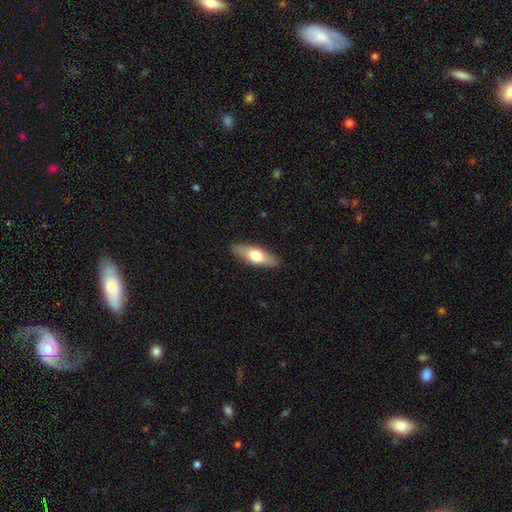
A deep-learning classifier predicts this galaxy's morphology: The model was most divided on "how rounded": in between: 61%, cigar-shaped: 36%, round: 3%. More confident: merging — none (89%); smooth or featured — smooth (64%).